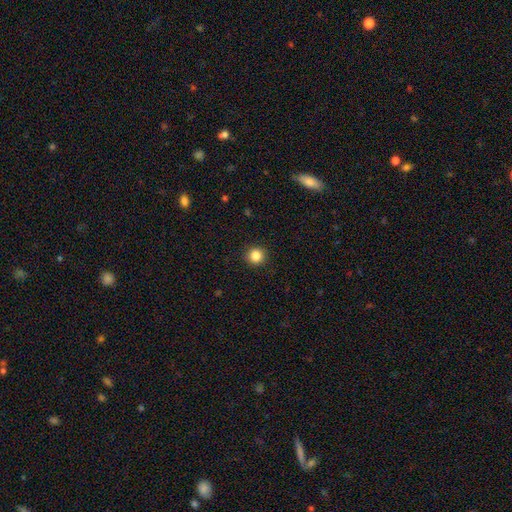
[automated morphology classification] This is clearly a smooth galaxy (85%). How rounded: clearly round (94%). Merging: clearly none (92%).